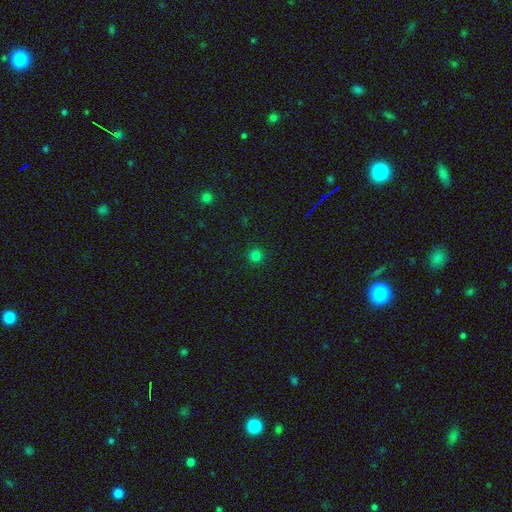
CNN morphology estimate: A smooth galaxy with no disk features (78%) that is round (95%). Merging: none (91%).